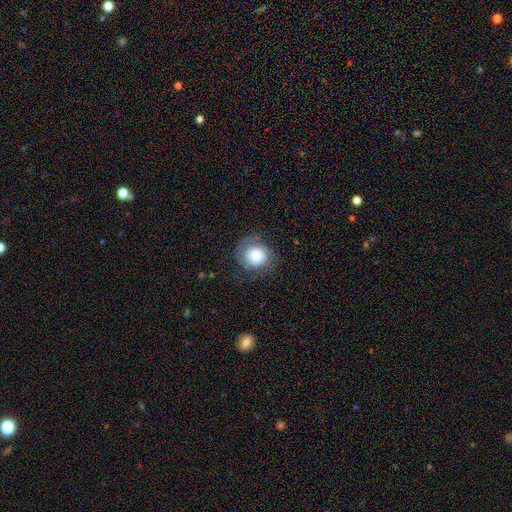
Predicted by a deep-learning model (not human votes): smooth_or_featured: smooth (p=0.64) [alt: featured or disk p=0.27]
how_rounded: round (p=0.84) [alt: in between p=0.15]
merging: none (p=0.69) [alt: minor disturbance p=0.19]